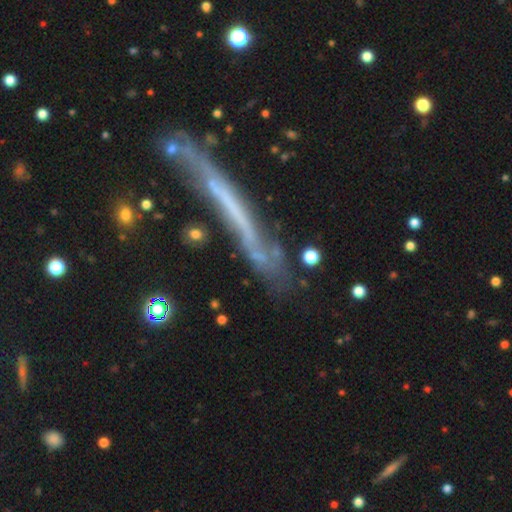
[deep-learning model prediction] smooth_or_featured: featured or disk (p=0.47) [alt: smooth p=0.40]
merging: none (p=0.57) [alt: minor disturbance p=0.21]